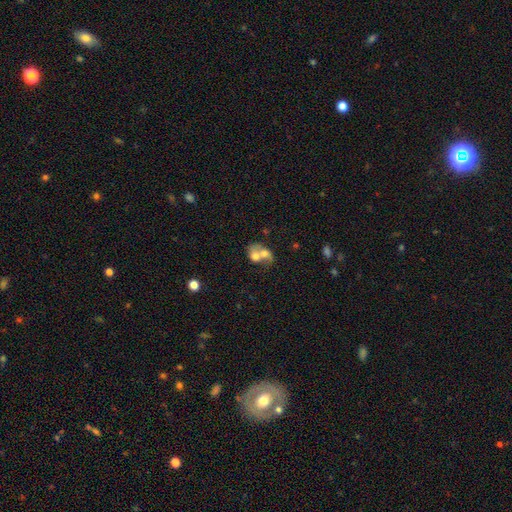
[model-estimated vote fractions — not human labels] smooth-or-featured: smooth: 56% | featured or disk: 34% | star or artifact: 9%
  how-rounded: in between: 55% | round: 43% | cigar-shaped: 1%
  merging: merger: 77% | none: 11% | major disturbance: 6% | minor disturbance: 5%